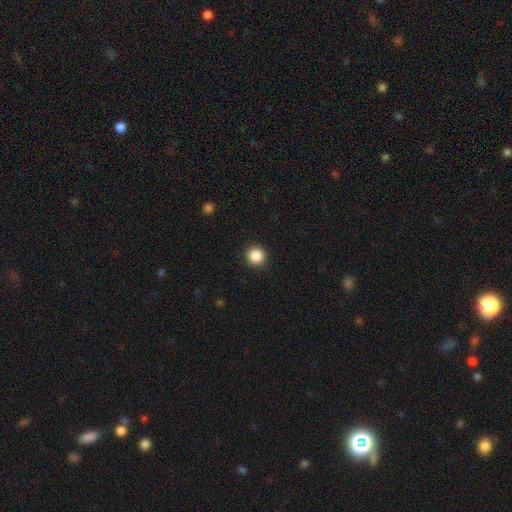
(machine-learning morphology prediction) Smooth or featured: smooth — 87% (star or artifact — 10%)
How rounded: round — 94% (in between — 5%)
Merging: none — 92% (minor disturbance — 5%)